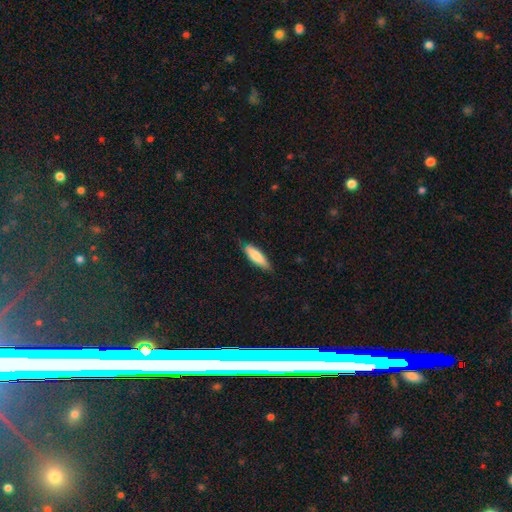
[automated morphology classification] The model was most divided on "how rounded": cigar-shaped: 59%, in between: 39%, round: 1%. More confident: smooth or featured — smooth (79%); merging — none (77%).